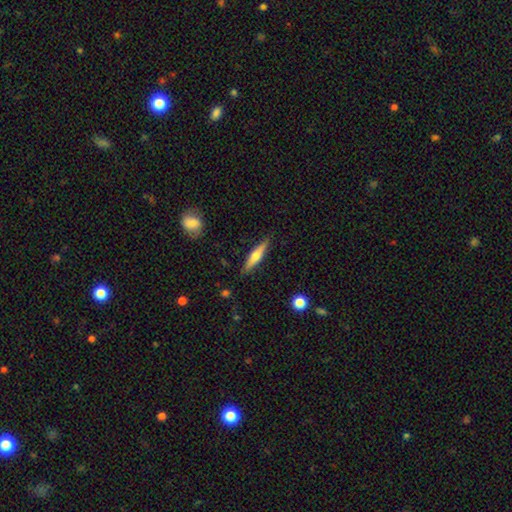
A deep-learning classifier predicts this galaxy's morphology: This appears to be a smooth galaxy with no disk features (51%) that is cigar-shaped (82%). Merging: none (87%).